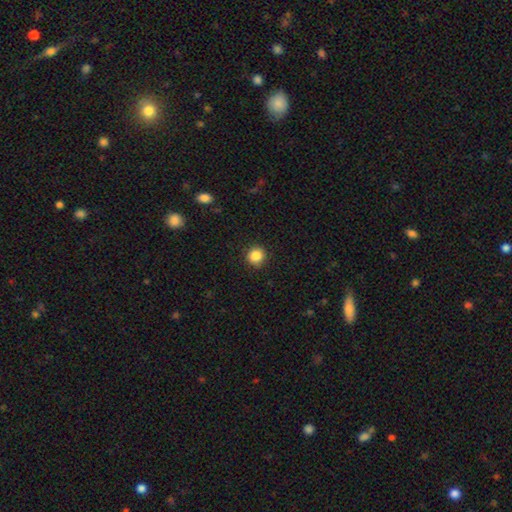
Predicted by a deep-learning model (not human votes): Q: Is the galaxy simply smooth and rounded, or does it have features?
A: smooth — 86%.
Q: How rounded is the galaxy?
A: round — 92%.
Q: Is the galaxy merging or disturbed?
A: none — 90%.